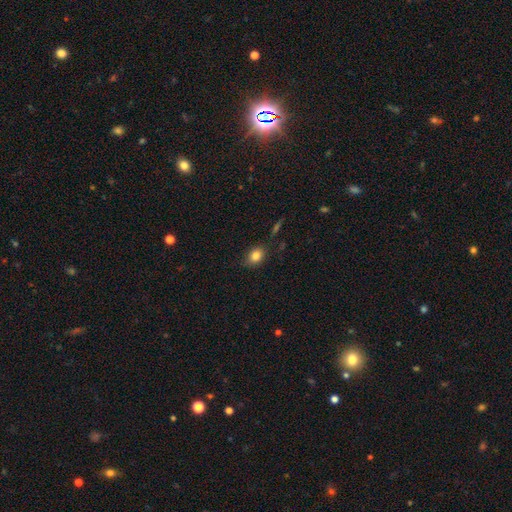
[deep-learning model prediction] Smooth or featured: smooth — 84% (star or artifact — 10%)
How rounded: in between — 63% (round — 36%)
Merging: none — 78% (minor disturbance — 16%)